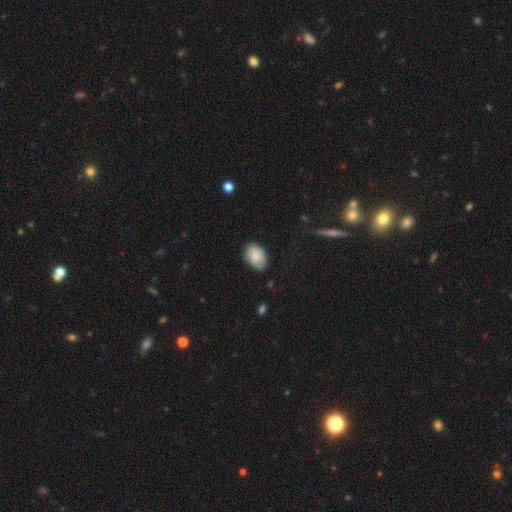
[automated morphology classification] smooth_or_featured: smooth (p=0.84) [alt: featured or disk p=0.09]
how_rounded: in between (p=0.81) [alt: round p=0.18]
merging: none (p=0.71) [alt: minor disturbance p=0.24]